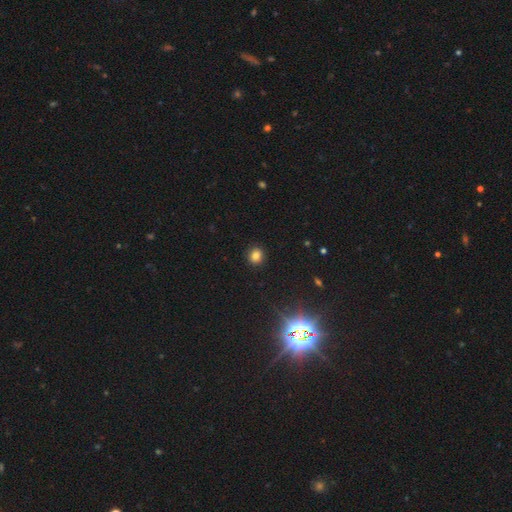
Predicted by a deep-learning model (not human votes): Smooth or featured: smooth — 79% (star or artifact — 15%)
How rounded: round — 84% (in between — 15%)
Merging: none — 91% (minor disturbance — 6%)